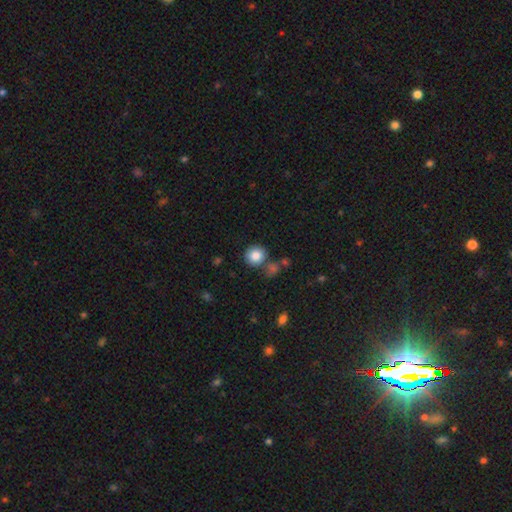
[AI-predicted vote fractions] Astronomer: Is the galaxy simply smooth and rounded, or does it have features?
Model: smooth — 85%.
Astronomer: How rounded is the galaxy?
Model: round — 88%.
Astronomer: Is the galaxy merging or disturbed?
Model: none — 77%.